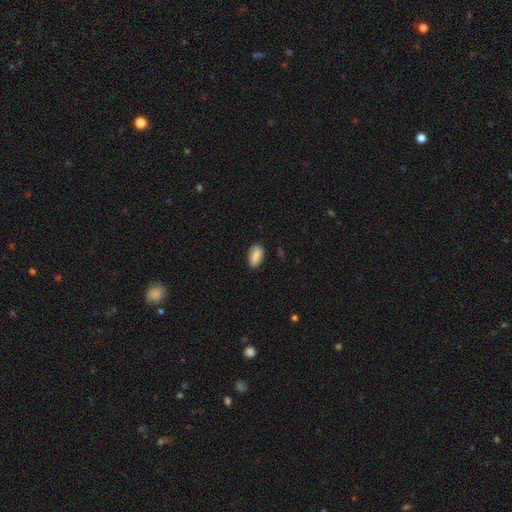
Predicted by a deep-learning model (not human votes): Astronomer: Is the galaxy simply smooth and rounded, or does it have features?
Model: smooth — 86%.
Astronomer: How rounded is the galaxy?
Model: in between — 91%.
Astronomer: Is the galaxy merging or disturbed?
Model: none — 84%.